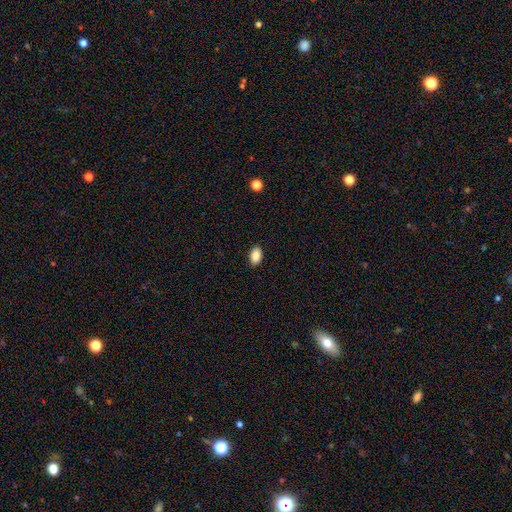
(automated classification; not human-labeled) This appears to be a smooth galaxy with no disk features (88%) that is in between round and cigar-shaped (92%). Merging: none (89%).